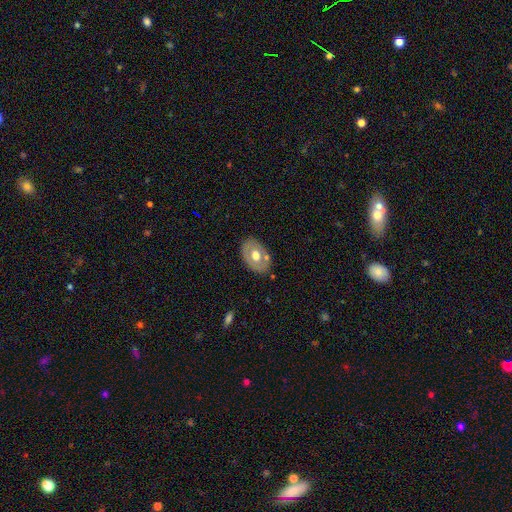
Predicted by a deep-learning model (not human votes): Smooth or featured? Predicted: smooth (p=0.50). Merging? Predicted: none (p=0.75).